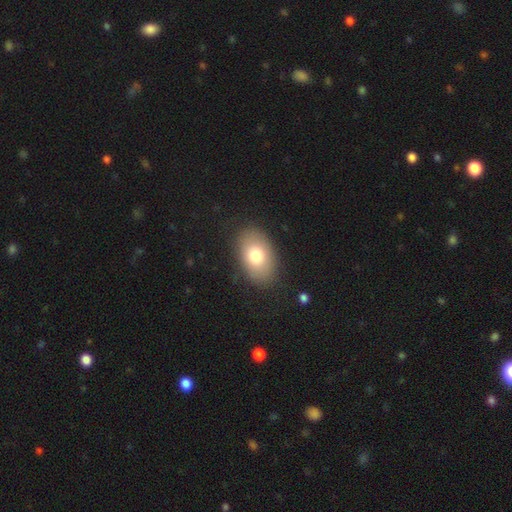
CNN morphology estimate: This is likely a smooth galaxy (76%). How rounded: clearly in between (87%). Merging: clearly none (86%).